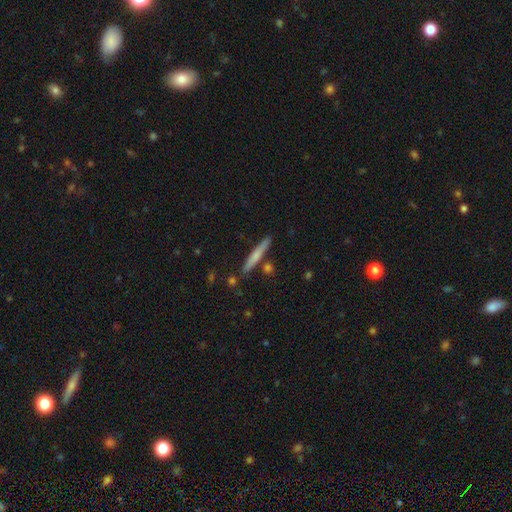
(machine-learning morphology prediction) Smooth or featured: smooth — 60% (featured or disk — 34%)
How rounded: cigar-shaped — 95% (in between — 3%)
Merging: none — 85% (minor disturbance — 9%)